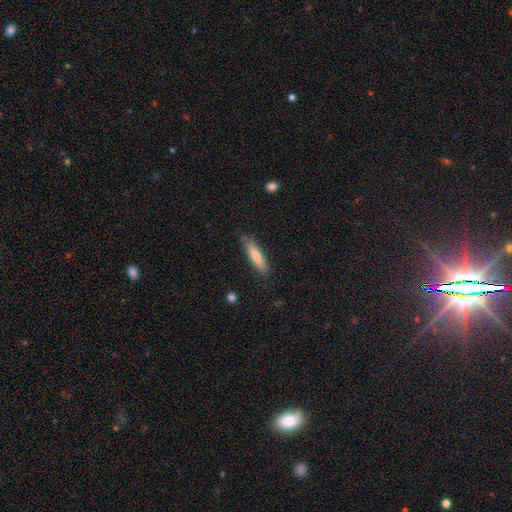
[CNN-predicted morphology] type=smooth (75%); roundness=cigar-shaped (76%); merging=none (83%).